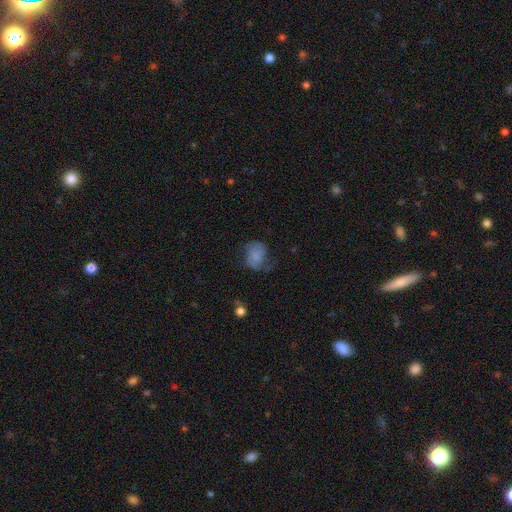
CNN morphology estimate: This is possibly a smooth galaxy (57%). How rounded: possibly in between (52%). Merging: possibly none (46%).